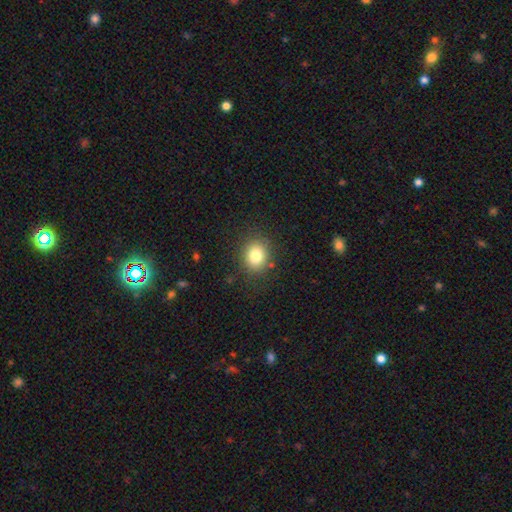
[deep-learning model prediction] Smooth or featured? smooth (80%)
How rounded? round (73%)
Merging? none (85%)